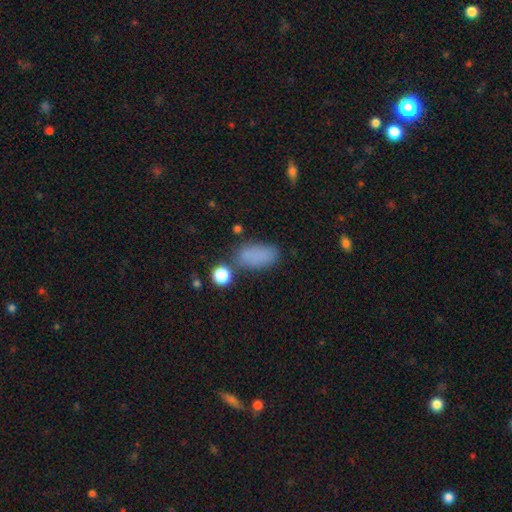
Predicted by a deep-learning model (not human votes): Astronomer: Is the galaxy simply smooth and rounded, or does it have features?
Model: smooth — 81%.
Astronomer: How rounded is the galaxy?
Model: in between — 88%.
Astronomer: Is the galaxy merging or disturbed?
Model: none — 63%.